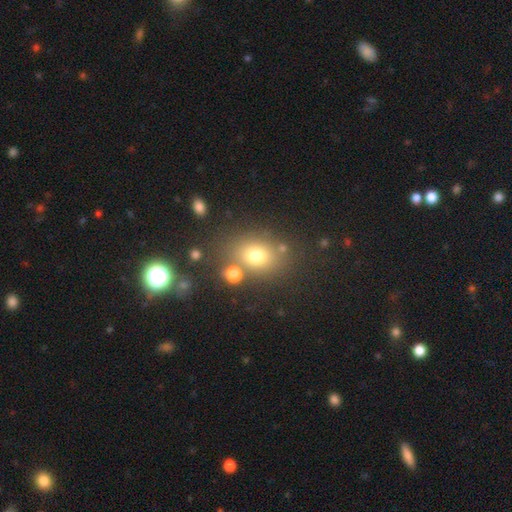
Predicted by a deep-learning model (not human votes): A smooth galaxy with no disk features (71%) that is round (51%).

Vote fractions:
- Smooth or featured? smooth: 71% / star or artifact: 17% / featured or disk: 12%
- How rounded? round: 51% / in between: 48% / cigar-shaped: 1%
- Merging? none: 71% / minor disturbance: 12% / merger: 11% / major disturbance: 6%